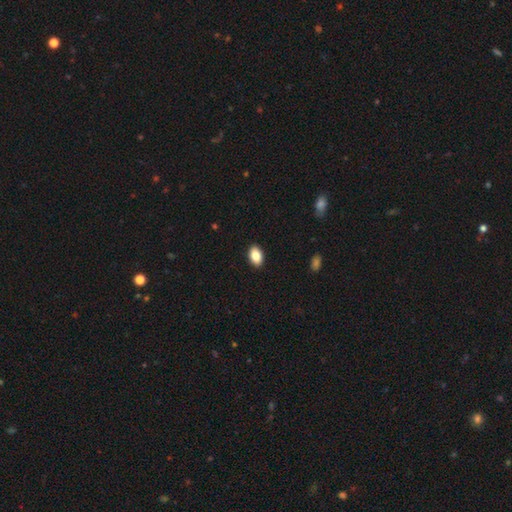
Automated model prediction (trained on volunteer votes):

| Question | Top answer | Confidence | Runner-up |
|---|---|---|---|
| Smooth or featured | smooth | 84% | featured or disk (8%) |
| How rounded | in between | 90% | round (9%) |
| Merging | none | 91% | minor disturbance (7%) |